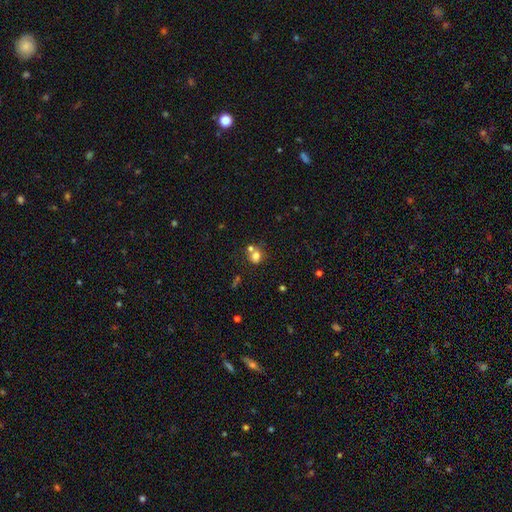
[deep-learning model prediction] smooth-or-featured: smooth: 73% | star or artifact: 15% | featured or disk: 12%
  how-rounded: round: 68% | in between: 31% | cigar-shaped: 1%
  merging: none: 46% | merger: 38% | minor disturbance: 11% | major disturbance: 5%